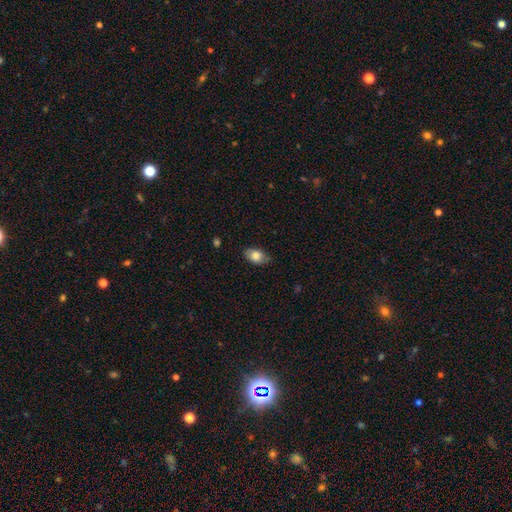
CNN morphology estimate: Q: Smooth or featured?
A: smooth (81%); runner-up: featured or disk (12%)
Q: How rounded?
A: in between (88%); runner-up: round (10%)
Q: Merging?
A: none (79%); runner-up: minor disturbance (17%)